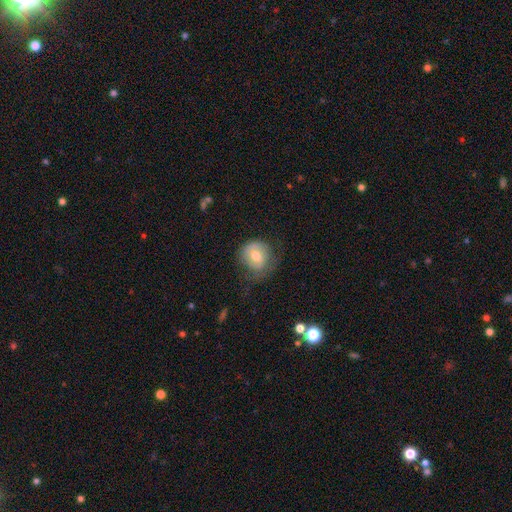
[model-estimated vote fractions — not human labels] smooth_or_featured: smooth (p=0.60) [alt: featured or disk p=0.32]
how_rounded: round (p=0.81) [alt: in between p=0.18]
merging: none (p=0.56) [alt: minor disturbance p=0.25]